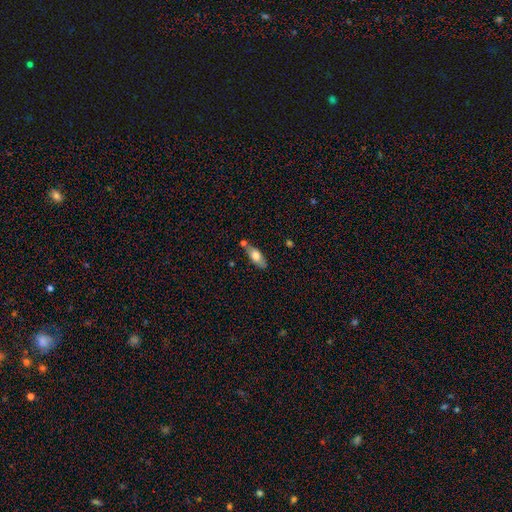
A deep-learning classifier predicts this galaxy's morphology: A smooth galaxy with no disk features (67%) that is in between round and cigar-shaped (77%). Merging: none (65%).